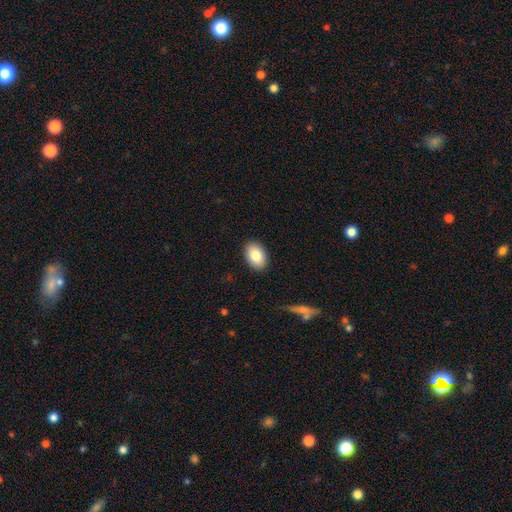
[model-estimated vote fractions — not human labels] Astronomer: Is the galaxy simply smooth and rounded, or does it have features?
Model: smooth — 84%.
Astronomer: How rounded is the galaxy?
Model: in between — 88%.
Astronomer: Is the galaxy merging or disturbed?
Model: none — 89%.